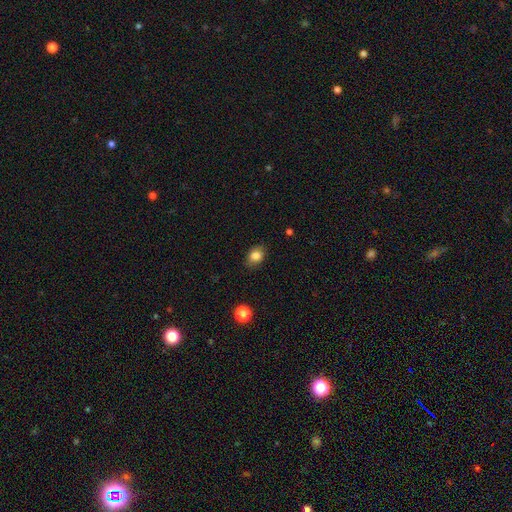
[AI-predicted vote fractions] A smooth galaxy with no disk features (84%) that is in between round and cigar-shaped (54%). Merging: none (80%).